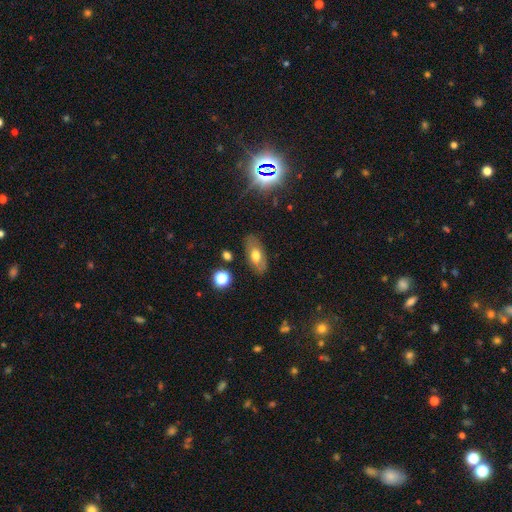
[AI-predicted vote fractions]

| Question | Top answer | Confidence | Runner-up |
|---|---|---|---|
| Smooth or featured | smooth | 59% | featured or disk (31%) |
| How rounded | in between | 86% | cigar-shaped (8%) |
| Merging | none | 80% | minor disturbance (14%) |